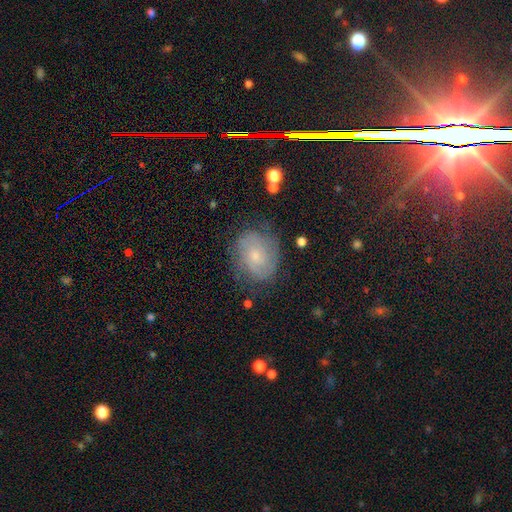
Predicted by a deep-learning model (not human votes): This appears to be a featured or disk galaxy (59%) with no bar (74%), spiral arms (84%) and a small central bulge (72%). Merging: none (72%).